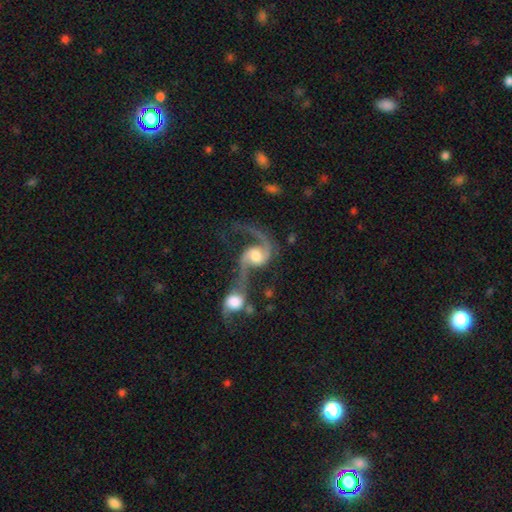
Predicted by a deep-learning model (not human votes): This appears to be a featured or disk galaxy (87%) with no bar (49%), 2 (85%) loose (60%) spiral arms (97%) and a moderate central bulge (53%). Merging: merger (66%).